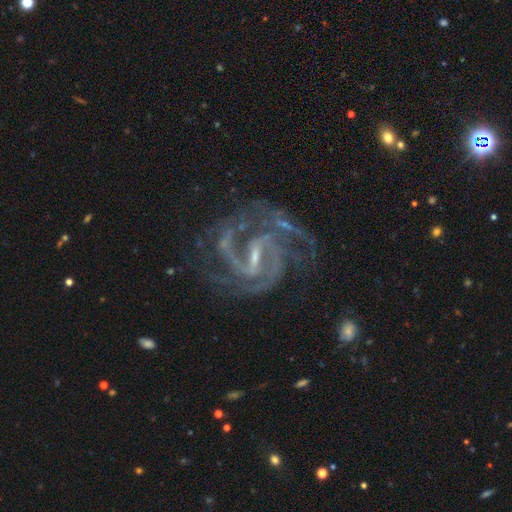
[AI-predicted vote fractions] Q: Smooth or featured?
A: featured or disk (93%); runner-up: star or artifact (5%)
Q: Edge-on disk?
A: no (98%); runner-up: yes (2%)
Q: Bar?
A: strong (51%); runner-up: weak (39%)
Q: Spiral arms?
A: yes (98%); runner-up: no (2%)
Q: Spiral winding?
A: medium (55%); runner-up: tight (36%)
Q: Spiral arm count?
A: 2 (64%); runner-up: 3 (16%)
Q: Bulge size?
A: small (68%); runner-up: moderate (15%)
Q: Merging?
A: none (67%); runner-up: minor disturbance (17%)